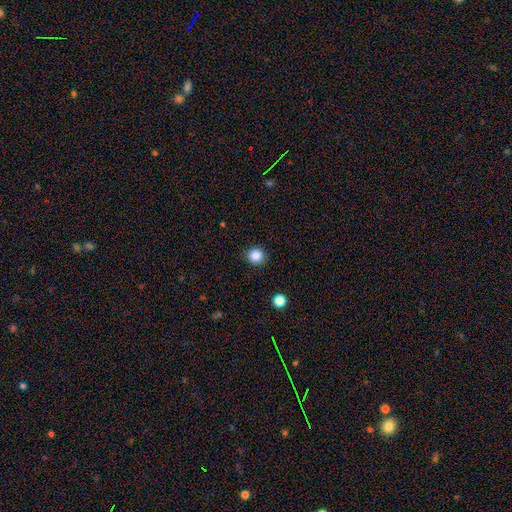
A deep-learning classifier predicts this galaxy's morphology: A smooth galaxy with no disk features (86%) that is round (91%).

Vote fractions:
- Smooth or featured? smooth: 86% / star or artifact: 11% / featured or disk: 3%
- How rounded? round: 91% / in between: 8% / cigar-shaped: 1%
- Merging? none: 91% / minor disturbance: 6% / major disturbance: 2% / merger: 1%